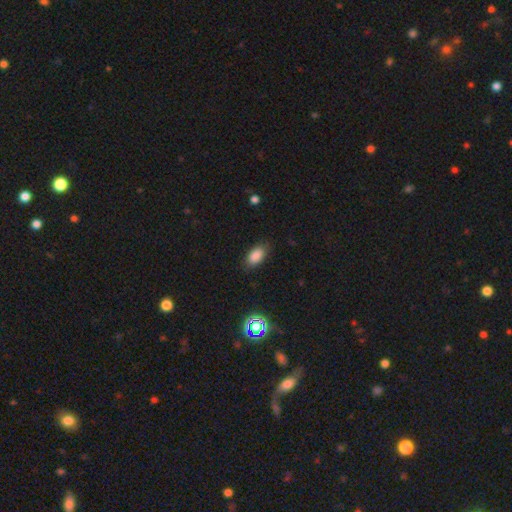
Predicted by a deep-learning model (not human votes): Smooth or featured? Predicted: smooth (p=0.86). How rounded? Predicted: in between (p=0.91). Merging? Predicted: none (p=0.83).